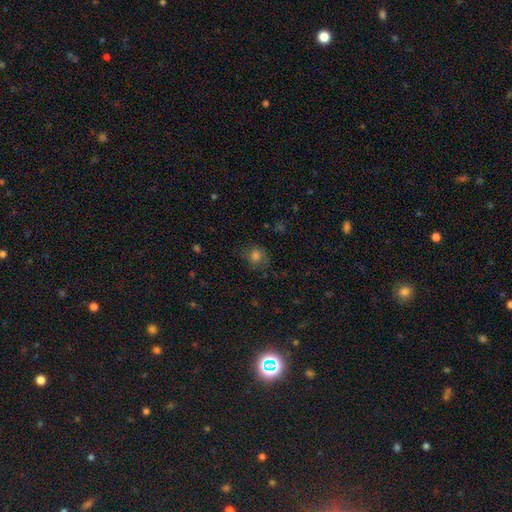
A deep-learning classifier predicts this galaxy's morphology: smooth-or-featured: smooth: 76% | star or artifact: 15% | featured or disk: 9%
  how-rounded: round: 78% | in between: 21% | cigar-shaped: 1%
  merging: none: 68% | minor disturbance: 20% | major disturbance: 10% | merger: 2%